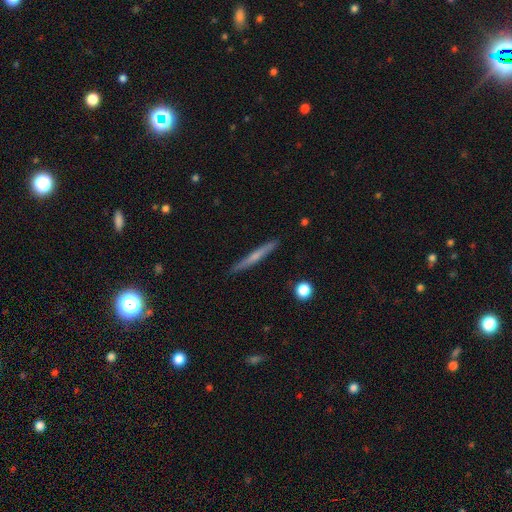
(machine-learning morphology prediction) This is possibly a smooth galaxy (48%). Merging: clearly none (90%).